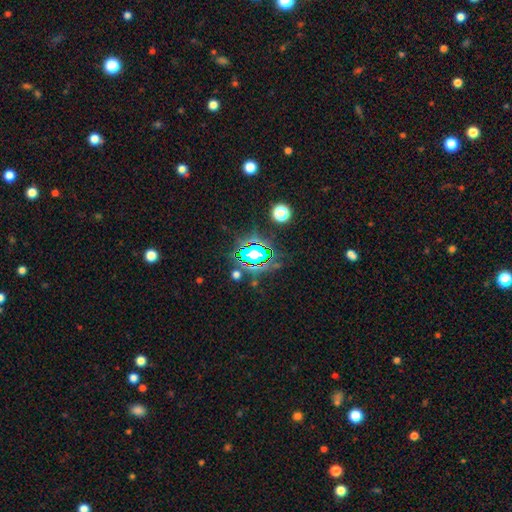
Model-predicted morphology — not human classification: Smooth or featured? star or artifact (64%)